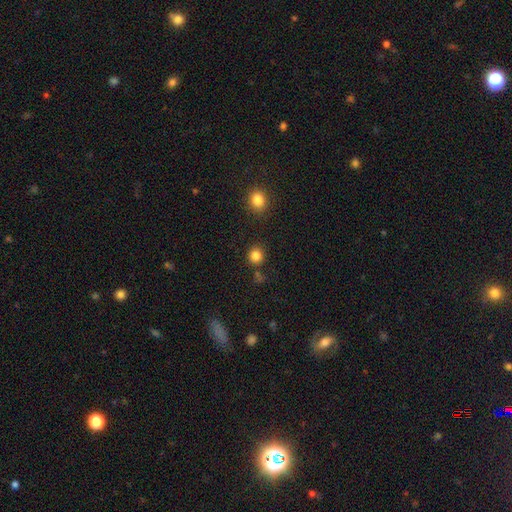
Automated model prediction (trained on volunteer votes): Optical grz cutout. It shows a smooth galaxy with no disk features (83%) that is round (90%). Merging: none (85%).